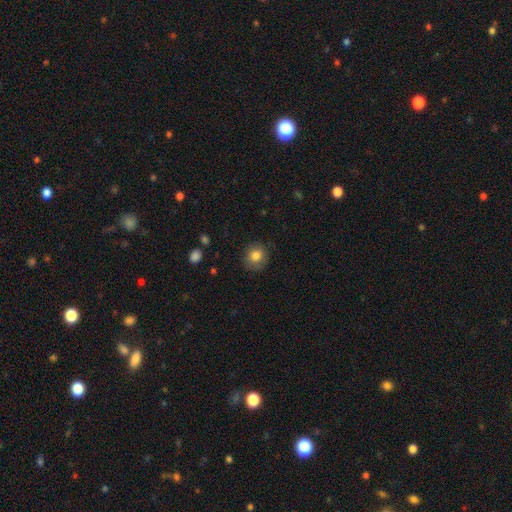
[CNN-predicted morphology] smooth-or-featured: smooth: 83% | star or artifact: 10% | featured or disk: 7%
  how-rounded: round: 85% | in between: 15% | cigar-shaped: 1%
  merging: none: 85% | minor disturbance: 11% | major disturbance: 3% | merger: 1%